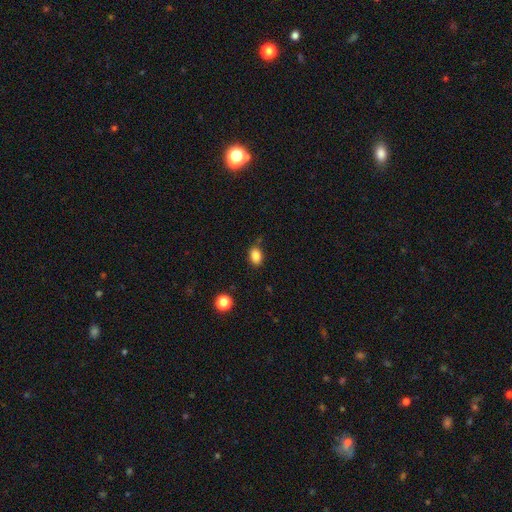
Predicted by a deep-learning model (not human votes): Smooth or featured? Predicted: smooth (p=0.85). How rounded? Predicted: in between (p=0.76). Merging? Predicted: none (p=0.79).